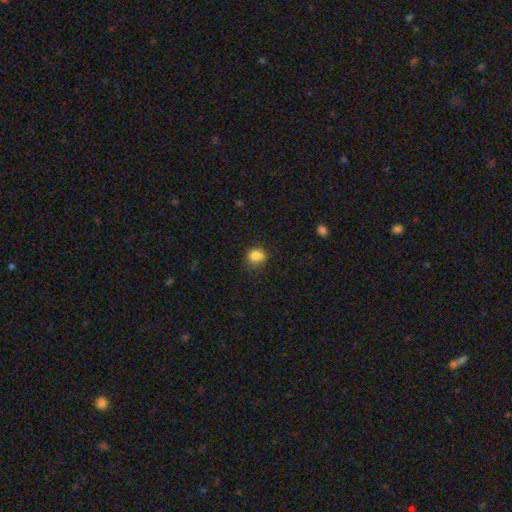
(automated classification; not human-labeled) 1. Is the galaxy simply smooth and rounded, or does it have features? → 80% smooth, 11% star or artifact, 9% featured or disk.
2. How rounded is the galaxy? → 60% round, 39% in between, 1% cigar-shaped.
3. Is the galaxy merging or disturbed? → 50% none, 27% minor disturbance, 14% merger, 8% major disturbance.